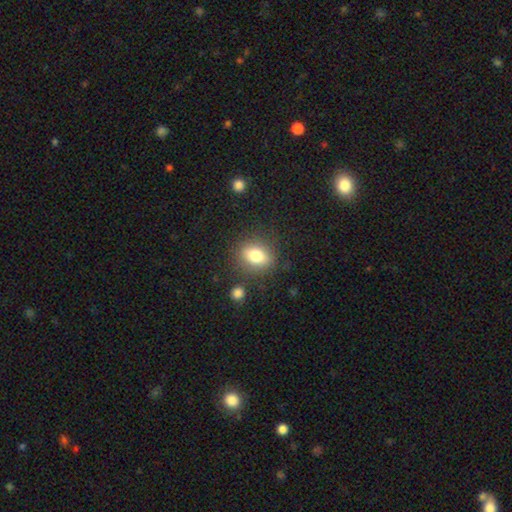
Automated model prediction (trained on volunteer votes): Smooth or featured?
  - smooth: 79% *
  - featured or disk: 11%
  - star or artifact: 10%
How rounded?
  - in between: 59% *
  - round: 39%
  - cigar-shaped: 2%
Merging?
  - none: 82% *
  - minor disturbance: 11%
  - major disturbance: 4%
  - merger: 3%